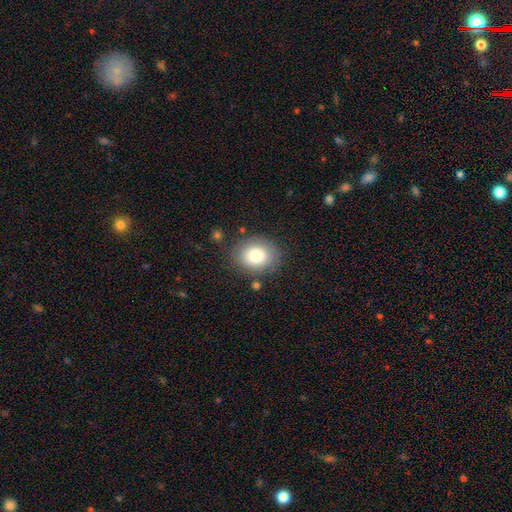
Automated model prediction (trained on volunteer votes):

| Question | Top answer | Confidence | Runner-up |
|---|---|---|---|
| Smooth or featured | smooth | 81% | featured or disk (10%) |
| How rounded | round | 59% | in between (40%) |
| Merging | none | 81% | minor disturbance (12%) |